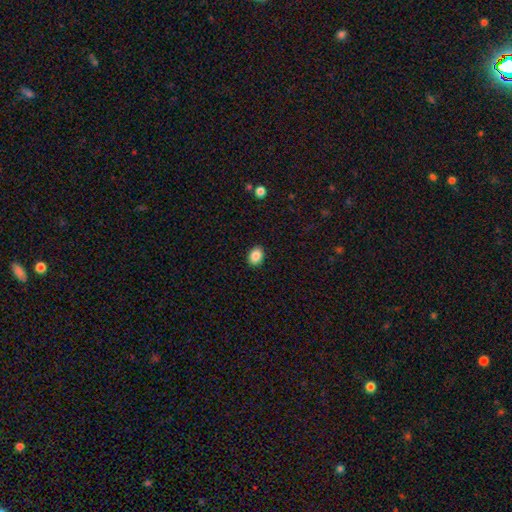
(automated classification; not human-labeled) The model was most divided on "how rounded": in between: 68%, round: 31%, cigar-shaped: 1%. More confident: merging — none (90%); smooth or featured — smooth (86%).